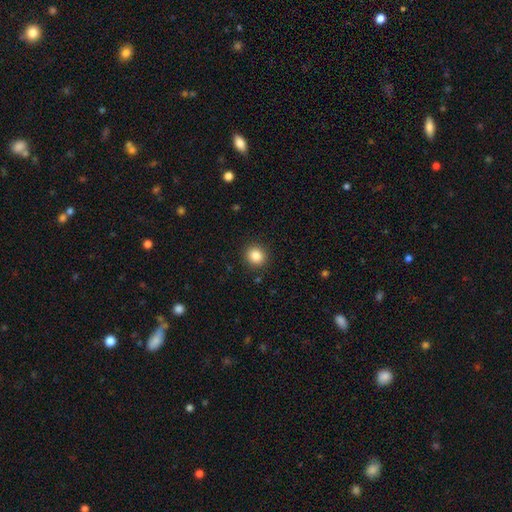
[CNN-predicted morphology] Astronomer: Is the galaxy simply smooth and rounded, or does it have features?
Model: smooth — 84%.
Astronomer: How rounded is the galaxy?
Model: round — 88%.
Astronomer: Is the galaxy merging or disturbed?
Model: none — 91%.